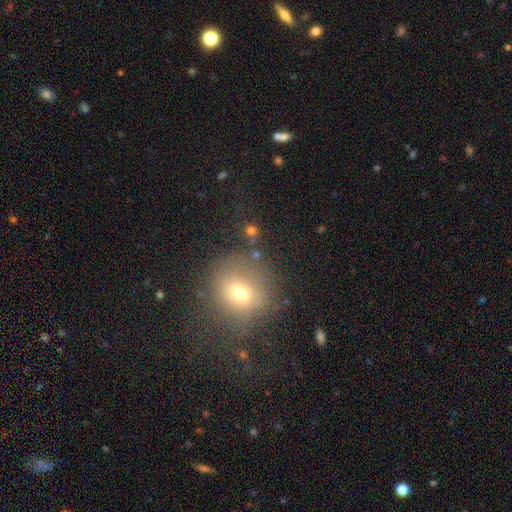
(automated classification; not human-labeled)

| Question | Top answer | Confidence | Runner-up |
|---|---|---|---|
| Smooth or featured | smooth | 64% | star or artifact (22%) |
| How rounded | round | 81% | in between (18%) |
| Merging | none | 69% | minor disturbance (15%) |